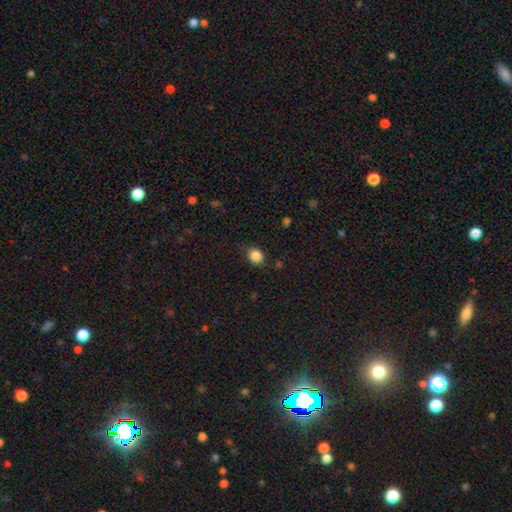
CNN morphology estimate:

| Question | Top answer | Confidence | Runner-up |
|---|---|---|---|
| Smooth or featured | smooth | 86% | star or artifact (10%) |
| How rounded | round | 54% | in between (45%) |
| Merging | none | 76% | minor disturbance (19%) |